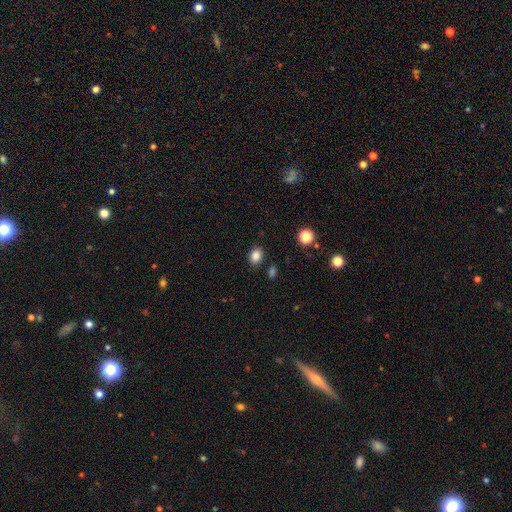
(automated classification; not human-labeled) Q: Smooth or featured?
A: smooth (84%); runner-up: star or artifact (11%)
Q: How rounded?
A: in between (57%); runner-up: round (42%)
Q: Merging?
A: none (85%); runner-up: minor disturbance (10%)